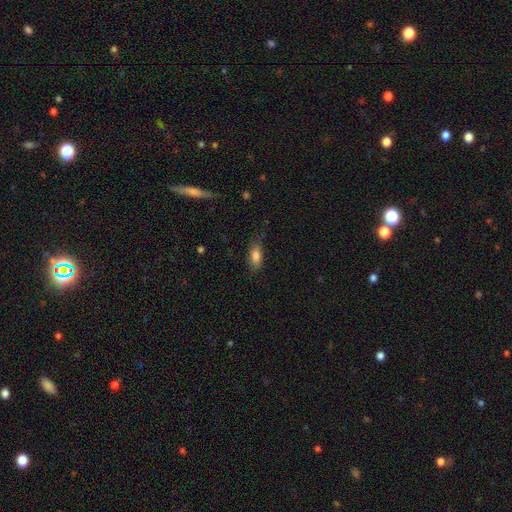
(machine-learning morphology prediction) smooth 81%, featured or disk 11%, star or artifact 8%. Down the decision tree: how rounded — in between (80%); merging — none (74%).